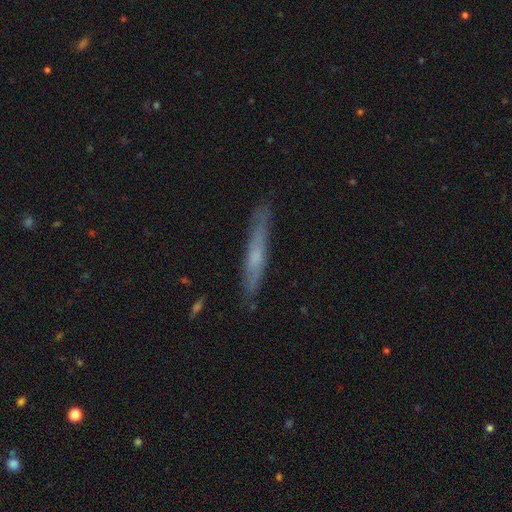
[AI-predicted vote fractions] Morphology: type=featured or disk (48%); merging=none (86%).